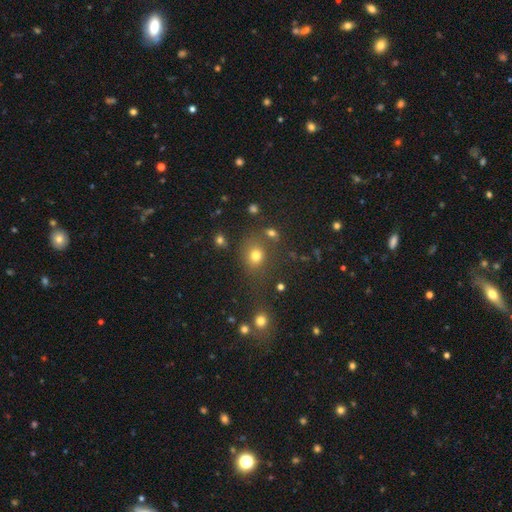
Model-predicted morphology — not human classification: smooth-or-featured: smooth: 74% | star or artifact: 17% | featured or disk: 8%
  how-rounded: round: 67% | in between: 32% | cigar-shaped: 1%
  merging: none: 67% | minor disturbance: 14% | merger: 11% | major disturbance: 7%